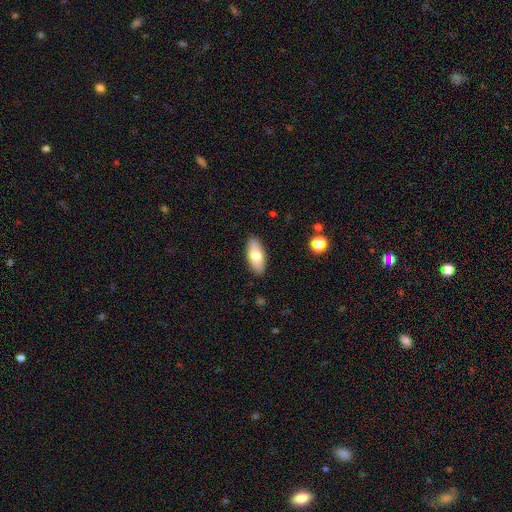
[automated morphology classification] Q: Smooth or featured?
A: smooth (75%); runner-up: featured or disk (19%)
Q: How rounded?
A: in between (87%); runner-up: cigar-shaped (11%)
Q: Merging?
A: none (89%); runner-up: minor disturbance (8%)